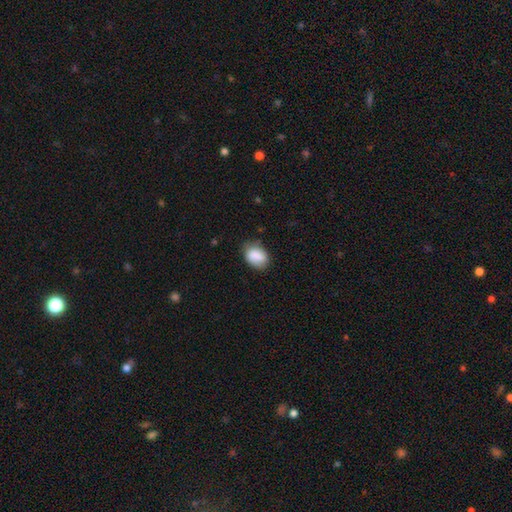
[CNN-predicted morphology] A smooth galaxy with no disk features (85%) that is in between round and cigar-shaped (74%). Merging: none (70%).